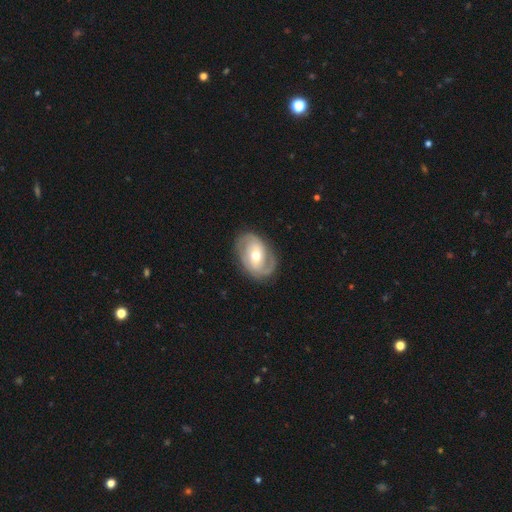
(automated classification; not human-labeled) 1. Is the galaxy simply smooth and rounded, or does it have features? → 79% featured or disk, 16% smooth, 5% star or artifact.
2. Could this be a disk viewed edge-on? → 96% no, 4% yes.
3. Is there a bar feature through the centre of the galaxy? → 44% no, 39% weak, 17% strong.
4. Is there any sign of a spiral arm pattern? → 89% yes, 11% no.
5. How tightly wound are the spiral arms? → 41% medium (tied), 41% tight (tied), 18% loose.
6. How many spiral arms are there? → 73% 2, 12% can't tell, 6% 3, 5% 1, 2% 4, 2% more than 4.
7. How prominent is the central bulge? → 69% moderate, 23% small, 6% large, 1% dominant, 1% none.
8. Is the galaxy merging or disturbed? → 77% none, 15% minor disturbance, 6% major disturbance, 1% merger.